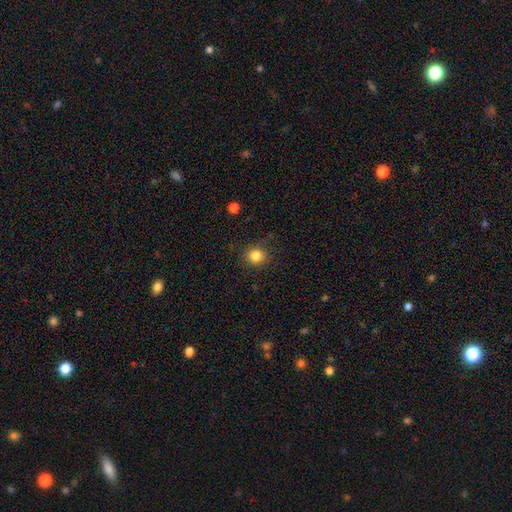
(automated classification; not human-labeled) The model was most divided on "smooth or featured": smooth: 83%, star or artifact: 12%, featured or disk: 5%. More confident: merging — none (86%); how rounded — round (86%).